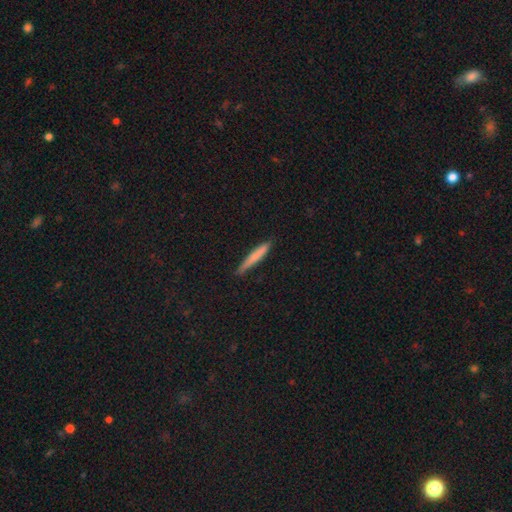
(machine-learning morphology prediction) A smooth galaxy with no disk features (75%) that is cigar-shaped (95%).

Vote fractions:
- Smooth or featured? smooth: 75% / featured or disk: 19% / star or artifact: 6%
- How rounded? cigar-shaped: 95% / in between: 4% / round: 1%
- Merging? none: 85% / minor disturbance: 12% / major disturbance: 2% / merger: 1%